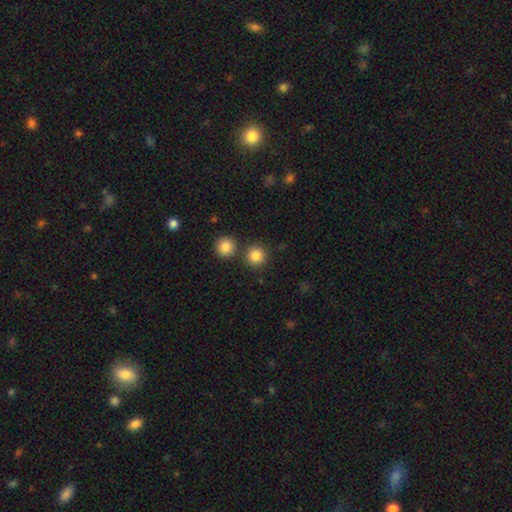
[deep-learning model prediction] This is clearly a smooth galaxy (85%). How rounded: clearly round (94%). Merging: clearly none (80%).